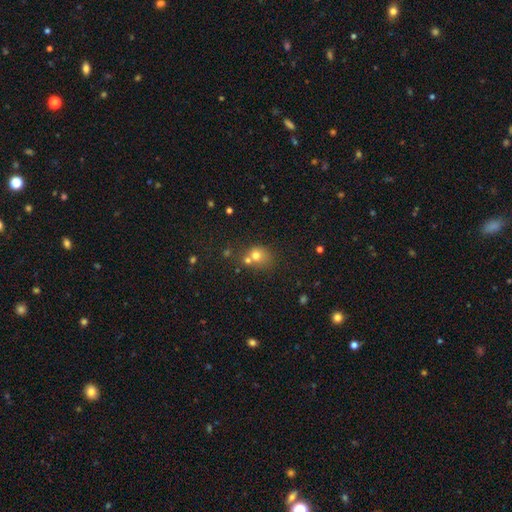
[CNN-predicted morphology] A smooth galaxy with no disk features (70%) that is round (72%).

Vote fractions:
- Smooth or featured? smooth: 70% / star or artifact: 16% / featured or disk: 14%
- How rounded? round: 72% / in between: 27% / cigar-shaped: 1%
- Merging? none: 44% / merger: 39% / minor disturbance: 11% / major disturbance: 5%